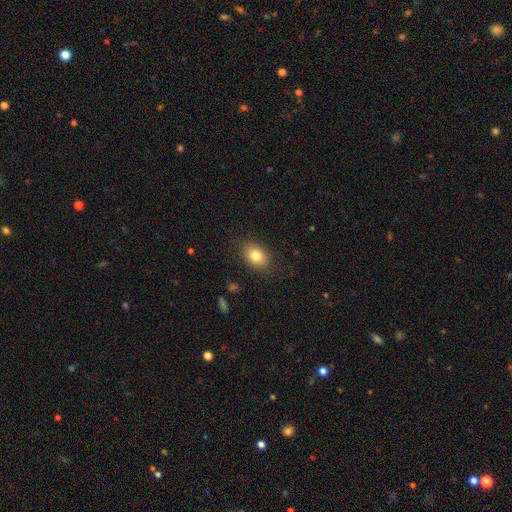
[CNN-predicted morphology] smooth_or_featured: smooth (p=0.82) [alt: star or artifact p=0.09]
how_rounded: in between (p=0.74) [alt: round p=0.24]
merging: none (p=0.85) [alt: minor disturbance p=0.11]